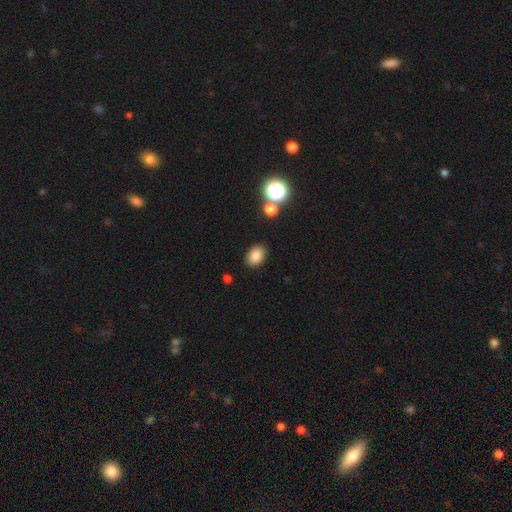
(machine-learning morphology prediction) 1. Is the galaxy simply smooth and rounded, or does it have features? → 83% smooth, 11% star or artifact, 6% featured or disk.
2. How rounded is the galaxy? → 76% in between, 23% round, 1% cigar-shaped.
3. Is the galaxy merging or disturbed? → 86% none, 9% minor disturbance, 3% major disturbance, 2% merger.